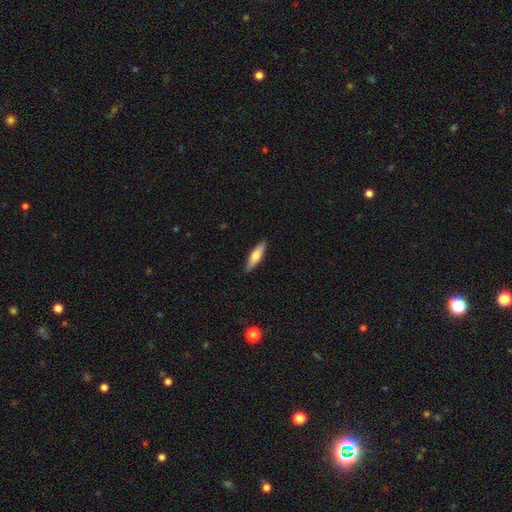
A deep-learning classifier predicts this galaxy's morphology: type=smooth (67%); roundness=cigar-shaped (69%); merging=none (89%).